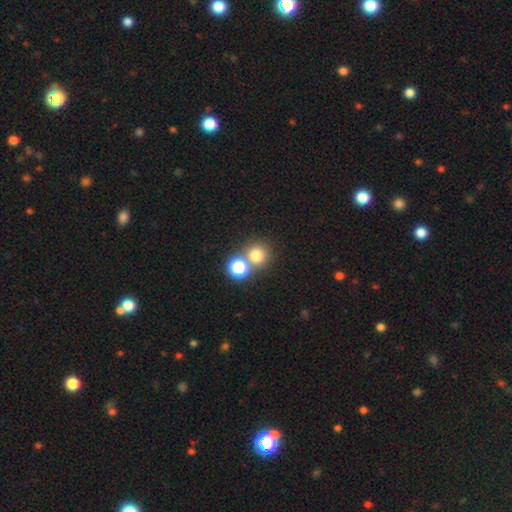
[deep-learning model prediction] This appears to be a smooth galaxy with no disk features (74%) that is round (91%). Merging: none (61%).